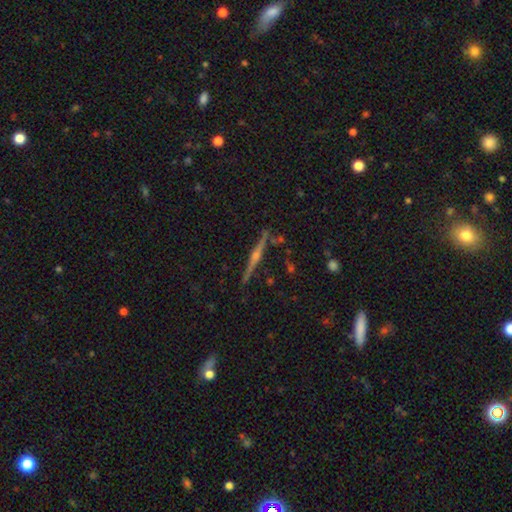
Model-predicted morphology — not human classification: smooth-or-featured: featured or disk: 83% | smooth: 10% | star or artifact: 7%
  disk-edge-on: yes: 98% | no: 2%
    edge-on-bulge: rounded: 91% | boxy: 5% | none: 5%
  merging: none: 90% | minor disturbance: 7% | merger: 2% | major disturbance: 2%